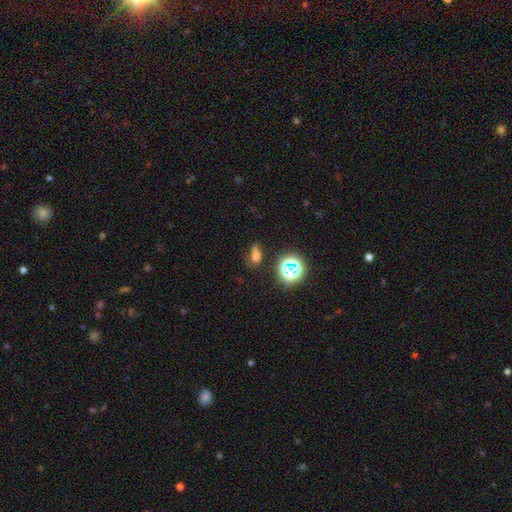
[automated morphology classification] smooth-or-featured: smooth: 60% | star or artifact: 29% | featured or disk: 11%
  how-rounded: in between: 68% | round: 23% | cigar-shaped: 9%
  merging: none: 54% | minor disturbance: 25% | major disturbance: 14% | merger: 7%